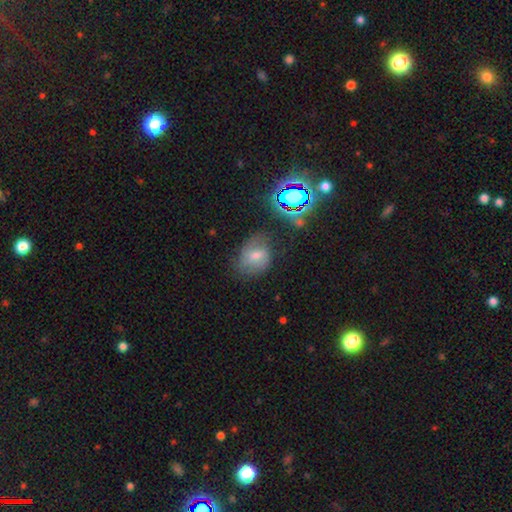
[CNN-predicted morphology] Overall: smooth (51%; featured or disk 32%). How rounded: in between (58%; round 40%). Merging: none (54%; minor disturbance 27%).